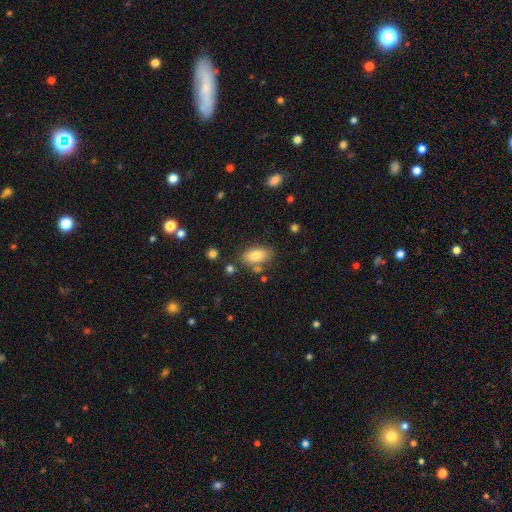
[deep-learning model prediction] smooth_or_featured: smooth (p=0.80) [alt: featured or disk p=0.12]
how_rounded: in between (p=0.91) [alt: cigar-shaped p=0.05]
merging: none (p=0.75) [alt: minor disturbance p=0.14]